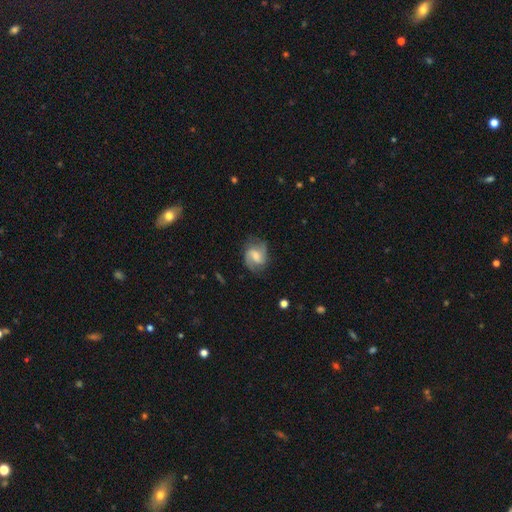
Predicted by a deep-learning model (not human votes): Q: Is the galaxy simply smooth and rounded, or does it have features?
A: featured or disk — 71%.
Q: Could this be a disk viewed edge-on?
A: no — 97%.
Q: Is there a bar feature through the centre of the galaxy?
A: weak — 55%.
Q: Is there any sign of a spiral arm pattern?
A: yes — 93%.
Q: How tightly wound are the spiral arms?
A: medium — 49%.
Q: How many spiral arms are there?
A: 2 — 85%.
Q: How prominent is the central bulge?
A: moderate — 43%.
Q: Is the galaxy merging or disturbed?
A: none — 72%.